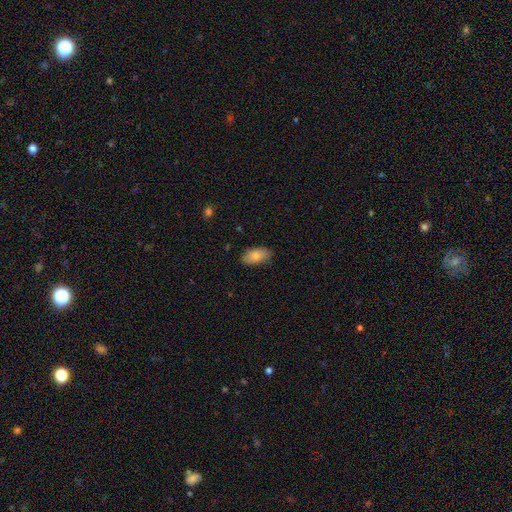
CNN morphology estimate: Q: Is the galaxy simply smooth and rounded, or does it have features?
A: smooth — 81%.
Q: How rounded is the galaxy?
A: in between — 92%.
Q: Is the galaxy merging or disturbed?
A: none — 80%.